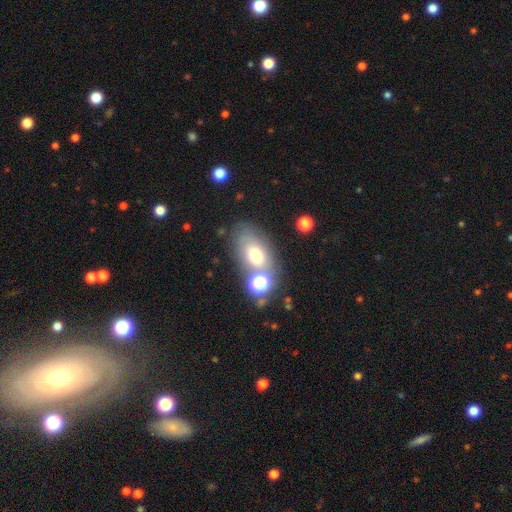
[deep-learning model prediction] Smooth or featured? Predicted: smooth (p=0.60). How rounded? Predicted: in between (p=0.82). Merging? Predicted: none (p=0.58).